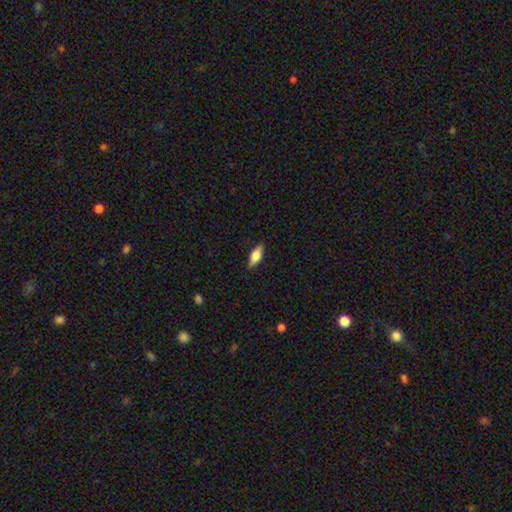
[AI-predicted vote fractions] Smooth or featured? Predicted: smooth (p=0.70). How rounded? Predicted: in between (p=0.74). Merging? Predicted: none (p=0.87).